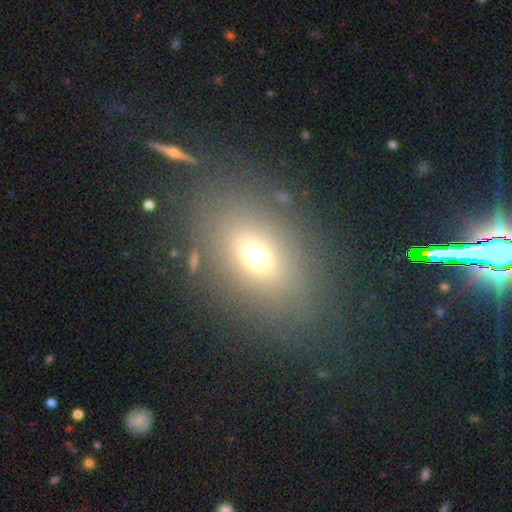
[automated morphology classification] Smooth or featured: smooth — 66% (star or artifact — 19%)
How rounded: in between — 68% (round — 28%)
Merging: none — 76% (minor disturbance — 11%)